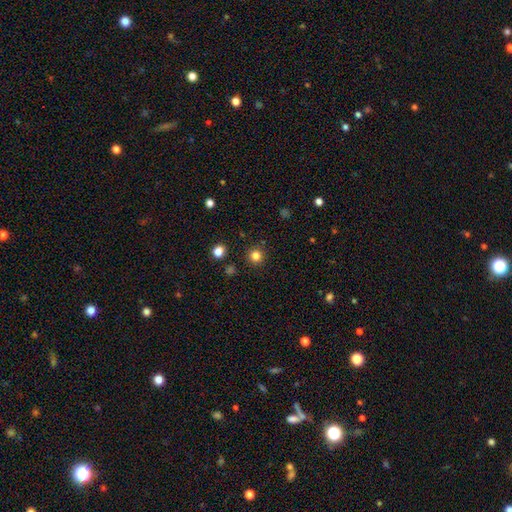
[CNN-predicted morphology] Smooth or featured? Predicted: smooth (p=0.82). How rounded? Predicted: round (p=0.95). Merging? Predicted: none (p=0.91).